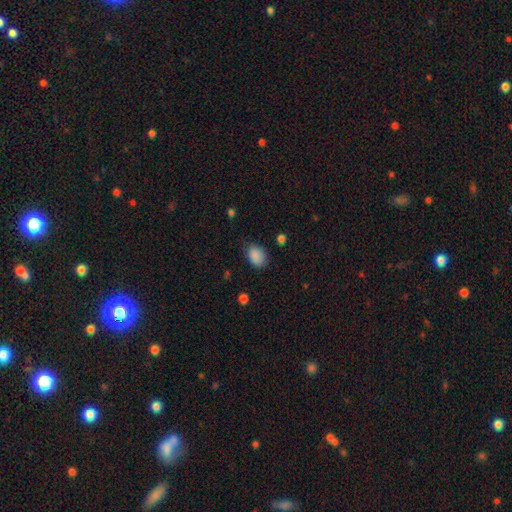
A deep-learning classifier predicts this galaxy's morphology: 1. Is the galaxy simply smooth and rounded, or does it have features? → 88% smooth, 8% star or artifact, 4% featured or disk.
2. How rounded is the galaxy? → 71% in between, 28% round, 1% cigar-shaped.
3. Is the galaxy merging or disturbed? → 72% none, 22% minor disturbance, 5% major disturbance, 1% merger.